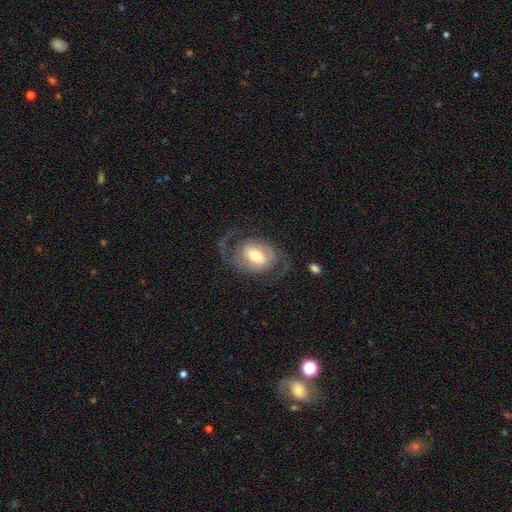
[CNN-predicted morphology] Q: Smooth or featured?
A: featured or disk (78%); runner-up: smooth (16%)
Q: Edge-on disk?
A: no (96%); runner-up: yes (4%)
Q: Bar?
A: weak (42%); runner-up: strong (32%)
Q: Spiral arms?
A: yes (89%); runner-up: no (11%)
Q: Spiral winding?
A: medium (48%); runner-up: loose (31%)
Q: Spiral arm count?
A: 2 (88%); runner-up: can't tell (5%)
Q: Bulge size?
A: moderate (60%); runner-up: small (21%)
Q: Merging?
A: none (67%); runner-up: major disturbance (17%)